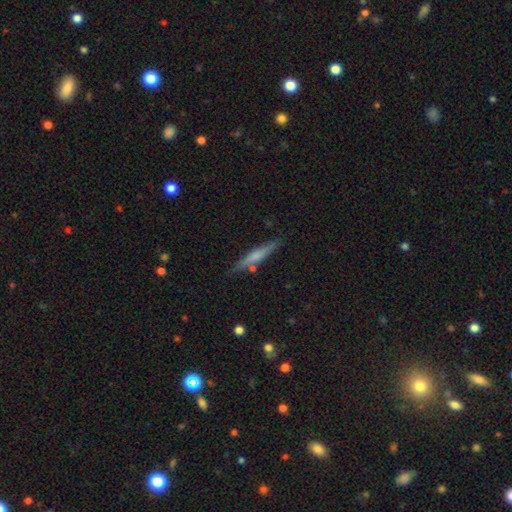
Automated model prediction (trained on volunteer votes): A smooth galaxy with no disk features (49%).

Vote fractions:
- Smooth or featured? smooth: 49% / featured or disk: 45% / star or artifact: 6%
- Merging? none: 83% / minor disturbance: 11% / merger: 4% / major disturbance: 2%